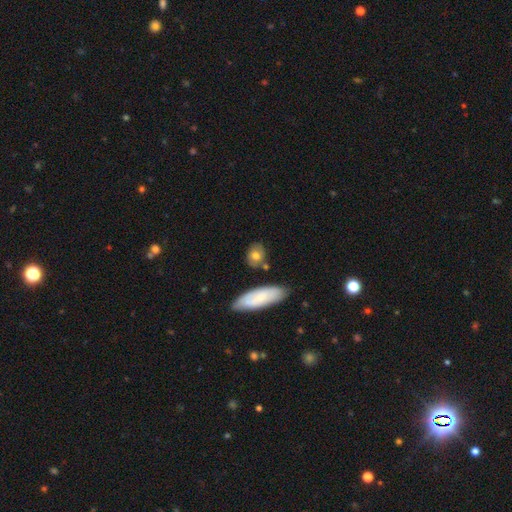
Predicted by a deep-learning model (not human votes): This is likely a smooth galaxy (74%). How rounded: possibly in between (47%, tied with round). Merging: likely none (73%).